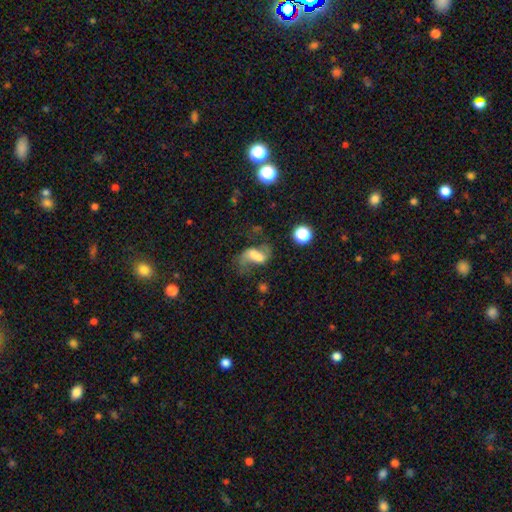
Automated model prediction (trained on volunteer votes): Morphology: type=featured or disk (56%); edge-on=no (95%); bar=weak (37%); spiral arms=yes (73%); bulge=moderate (33%); merging=none (34%).